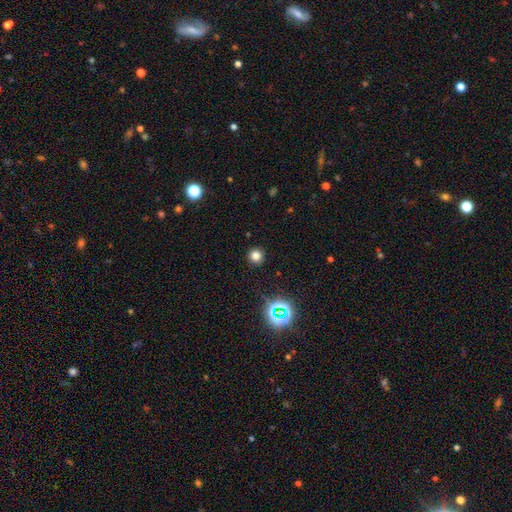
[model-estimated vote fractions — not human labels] This is likely a smooth galaxy (75%). How rounded: clearly round (95%). Merging: clearly none (92%).